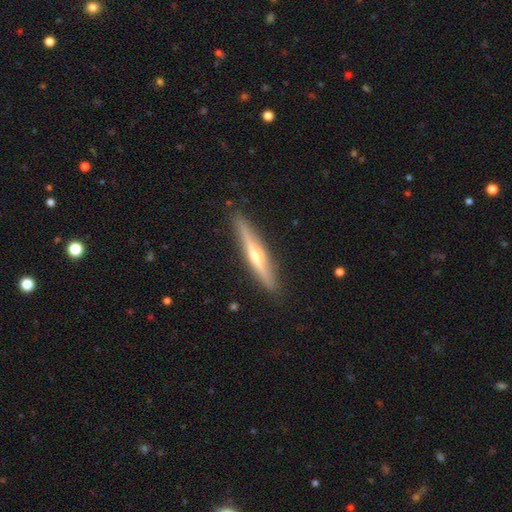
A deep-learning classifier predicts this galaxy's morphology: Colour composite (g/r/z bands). It shows a featured or disk galaxy (67%) viewed edge-on (96%) with a rounded central bulge (86%). Merging: none (90%).